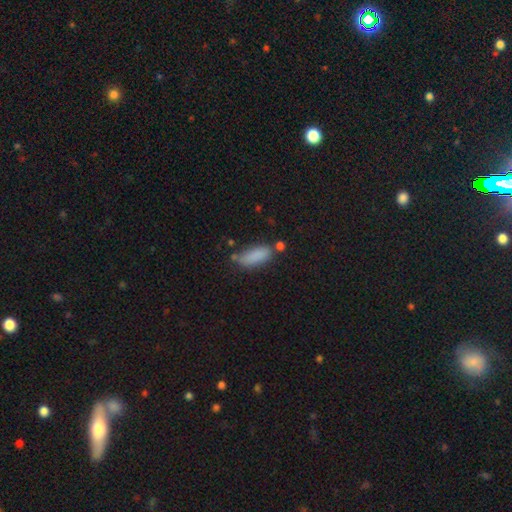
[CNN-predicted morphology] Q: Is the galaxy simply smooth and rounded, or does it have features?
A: smooth — 85%.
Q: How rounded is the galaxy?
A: in between — 71%.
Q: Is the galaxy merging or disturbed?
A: none — 63%.